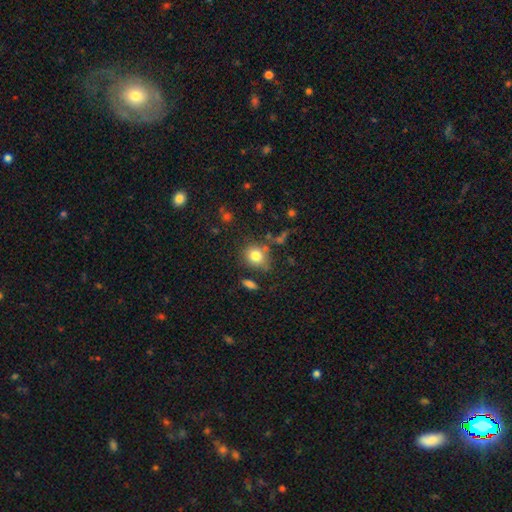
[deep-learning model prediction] Morphology: type=smooth (80%); roundness=round (67%); merging=none (69%).